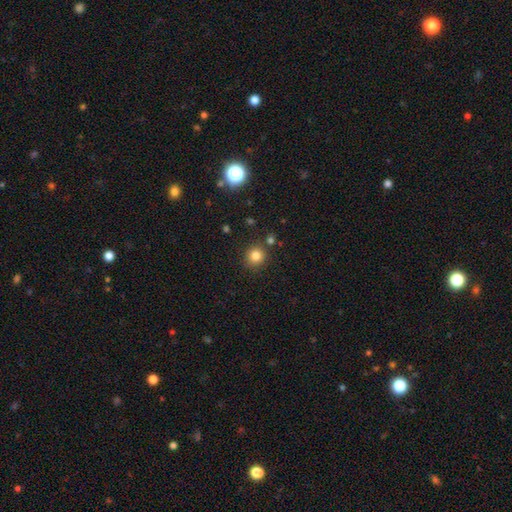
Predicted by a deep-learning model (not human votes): Smooth or featured? Predicted: smooth (p=0.82). How rounded? Predicted: round (p=0.89). Merging? Predicted: none (p=0.84).